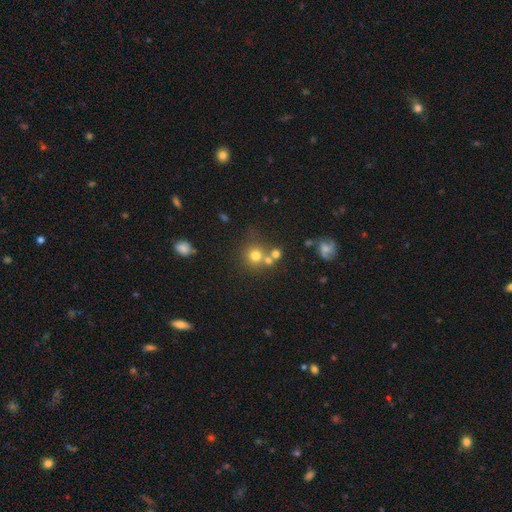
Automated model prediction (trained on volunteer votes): smooth-or-featured: smooth: 72% | star or artifact: 16% | featured or disk: 12%
  how-rounded: round: 89% | in between: 11% | cigar-shaped: 1%
  merging: none: 57% | merger: 29% | minor disturbance: 9% | major disturbance: 5%